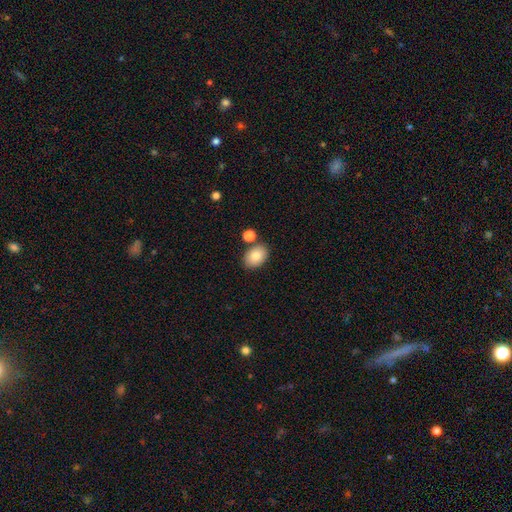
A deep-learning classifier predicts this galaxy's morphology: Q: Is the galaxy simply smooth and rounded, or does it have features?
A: smooth — 83%.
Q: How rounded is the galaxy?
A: in between — 82%.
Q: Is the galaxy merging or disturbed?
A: none — 76%.